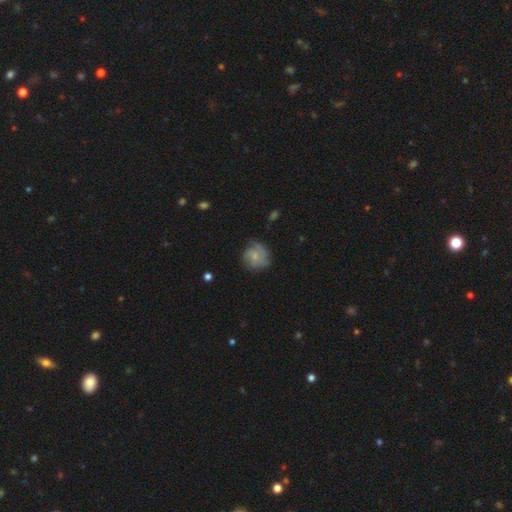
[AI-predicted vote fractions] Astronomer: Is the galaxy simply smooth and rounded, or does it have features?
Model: featured or disk — 47% (runner-up: smooth, 45%).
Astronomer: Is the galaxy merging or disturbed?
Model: none — 65%.